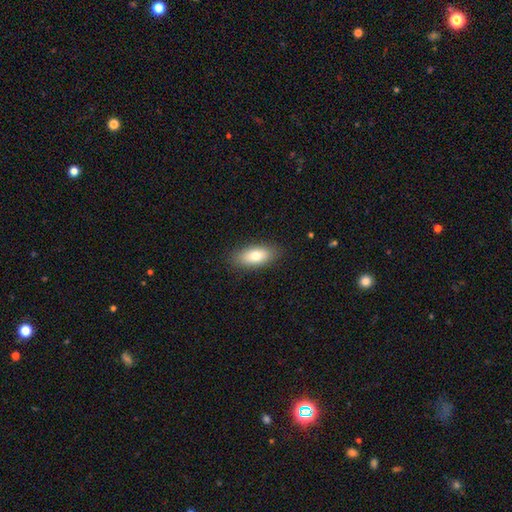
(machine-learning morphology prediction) type=smooth (78%); roundness=in between (83%); merging=none (87%).